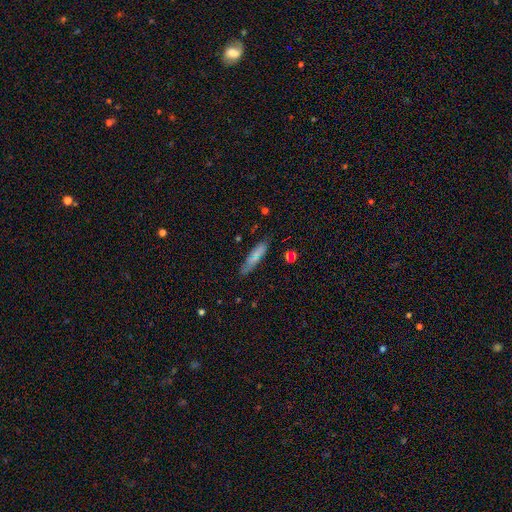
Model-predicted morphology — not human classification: Smooth or featured? smooth (74%)
How rounded? cigar-shaped (79%)
Merging? none (77%)